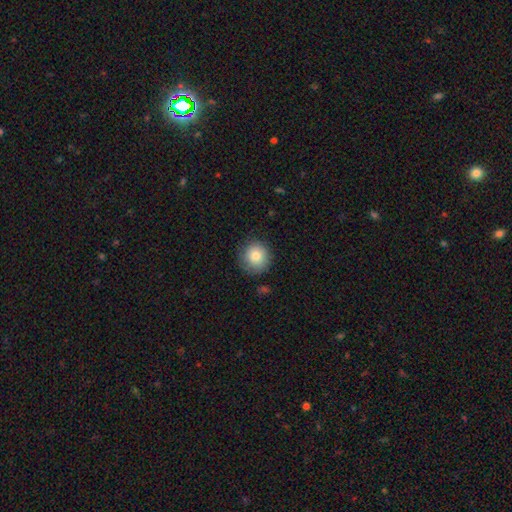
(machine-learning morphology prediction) Smooth or featured: smooth — 82% (featured or disk — 9%)
How rounded: round — 92% (in between — 7%)
Merging: none — 83% (minor disturbance — 12%)